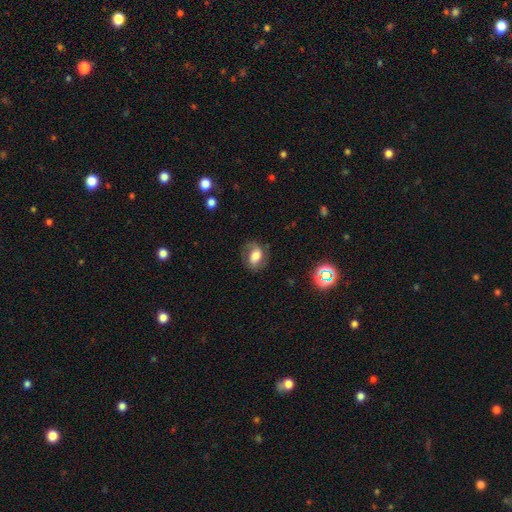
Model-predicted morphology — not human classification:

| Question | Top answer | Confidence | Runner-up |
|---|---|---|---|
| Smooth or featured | smooth | 56% | featured or disk (33%) |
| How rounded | in between | 68% | round (31%) |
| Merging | none | 71% | minor disturbance (19%) |